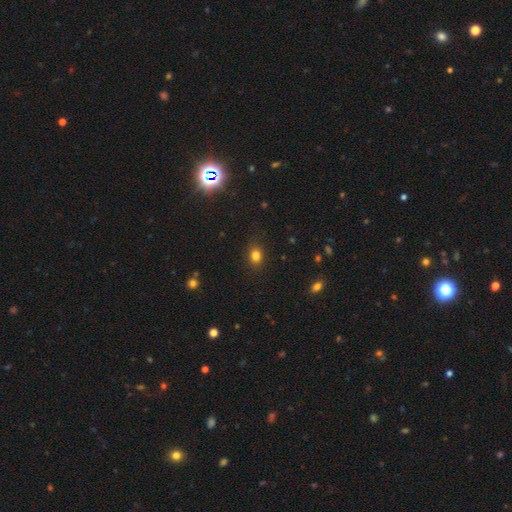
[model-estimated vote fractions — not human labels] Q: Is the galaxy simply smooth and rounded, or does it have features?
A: smooth — 81%.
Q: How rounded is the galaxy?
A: in between — 52%.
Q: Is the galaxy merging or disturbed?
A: none — 86%.